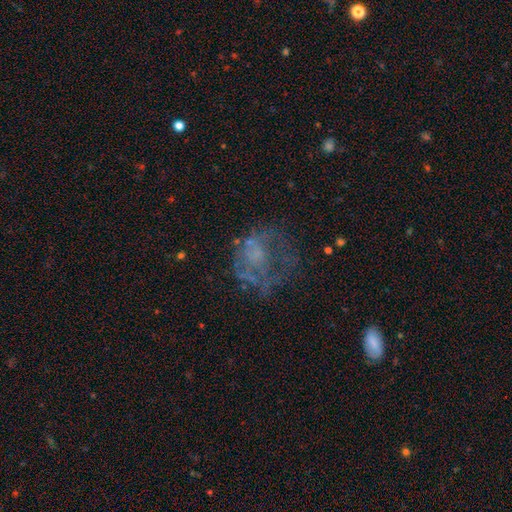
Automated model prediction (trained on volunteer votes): This appears to be a featured or disk galaxy (50%). Merging: none (41%).